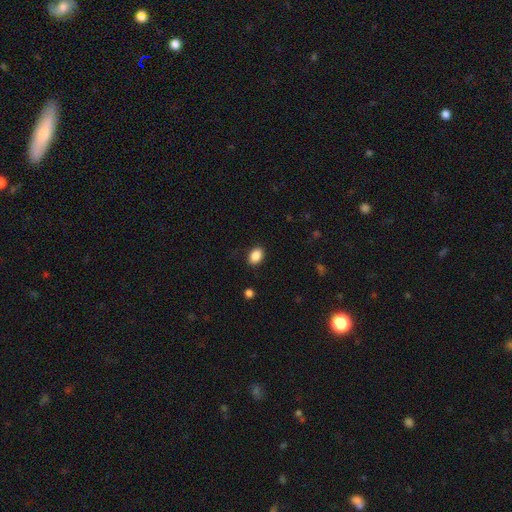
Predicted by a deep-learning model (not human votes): smooth_or_featured: smooth (p=0.88) [alt: star or artifact p=0.08]
how_rounded: in between (p=0.78) [alt: round p=0.21]
merging: none (p=0.87) [alt: minor disturbance p=0.09]